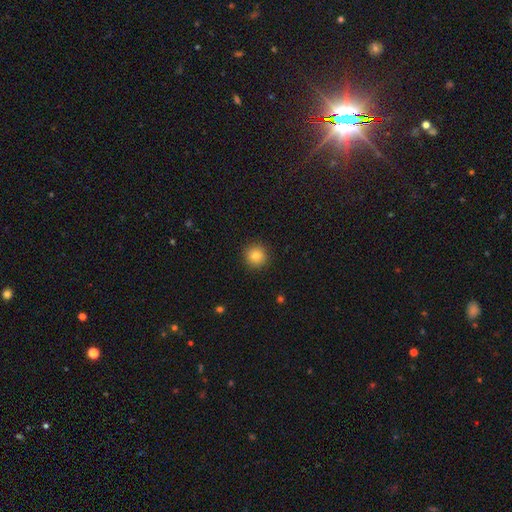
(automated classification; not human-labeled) This is clearly a smooth galaxy (84%). How rounded: clearly round (95%). Merging: clearly none (91%).